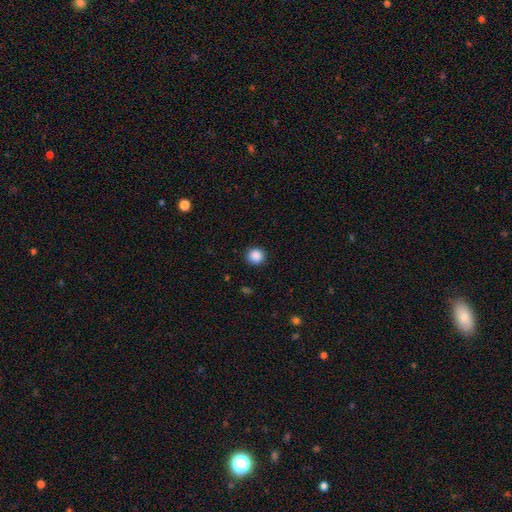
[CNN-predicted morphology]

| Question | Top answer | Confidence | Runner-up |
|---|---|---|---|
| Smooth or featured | smooth | 88% | star or artifact (9%) |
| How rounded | round | 92% | in between (7%) |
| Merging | none | 91% | minor disturbance (6%) |